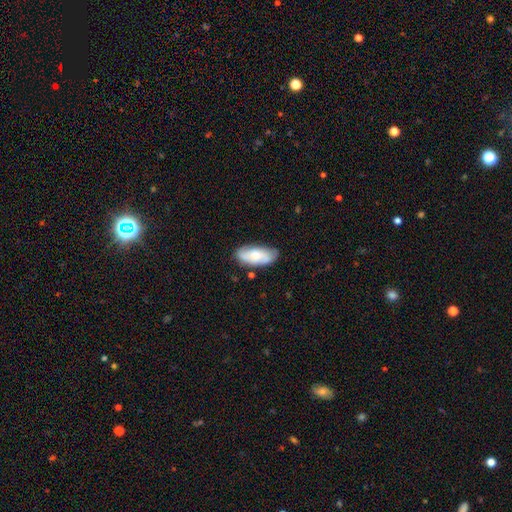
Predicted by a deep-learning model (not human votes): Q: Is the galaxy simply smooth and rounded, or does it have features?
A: smooth — 65%.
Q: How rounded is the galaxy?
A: in between — 88%.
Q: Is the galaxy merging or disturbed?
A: none — 75%.